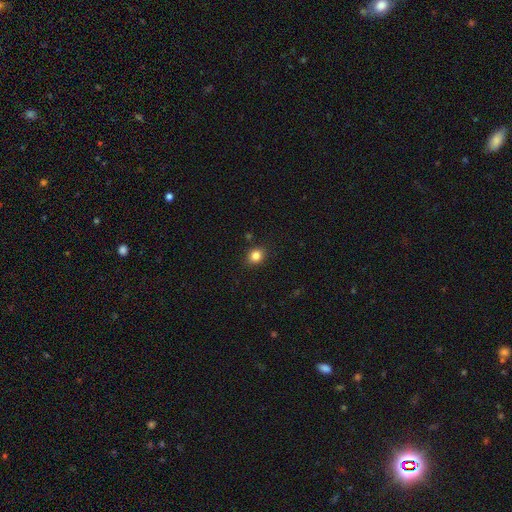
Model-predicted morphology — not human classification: smooth_or_featured: smooth (p=0.84) [alt: star or artifact p=0.11]
how_rounded: round (p=0.69) [alt: in between p=0.31]
merging: none (p=0.88) [alt: minor disturbance p=0.08]